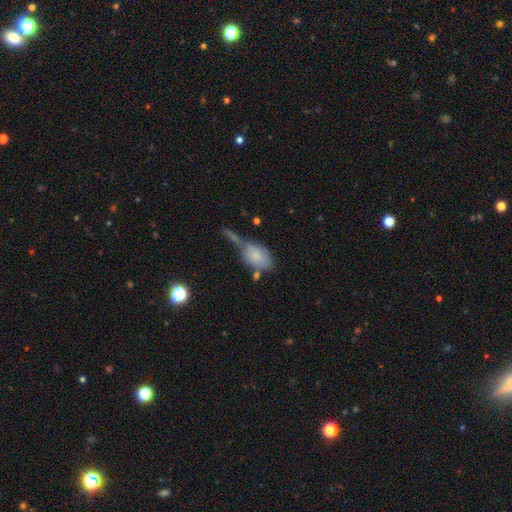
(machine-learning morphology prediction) Smooth or featured: smooth — 74% (featured or disk — 18%)
How rounded: in between — 85% (round — 13%)
Merging: none — 36% (merger — 30%)